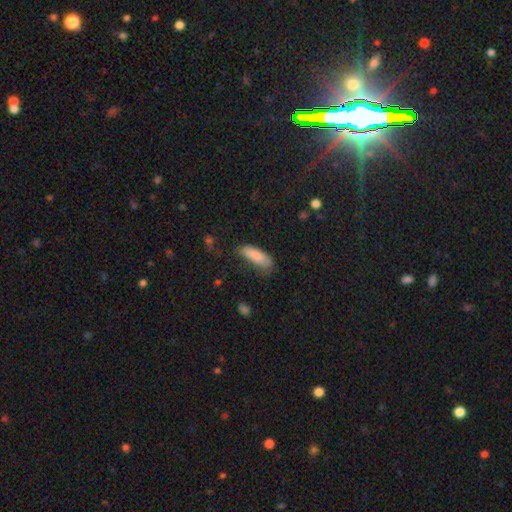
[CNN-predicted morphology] A smooth galaxy with no disk features (81%) that is in between round and cigar-shaped (65%).

Vote fractions:
- Smooth or featured? smooth: 81% / featured or disk: 12% / star or artifact: 6%
- How rounded? in between: 65% / cigar-shaped: 33% / round: 2%
- Merging? none: 60% / minor disturbance: 29% / major disturbance: 9% / merger: 2%